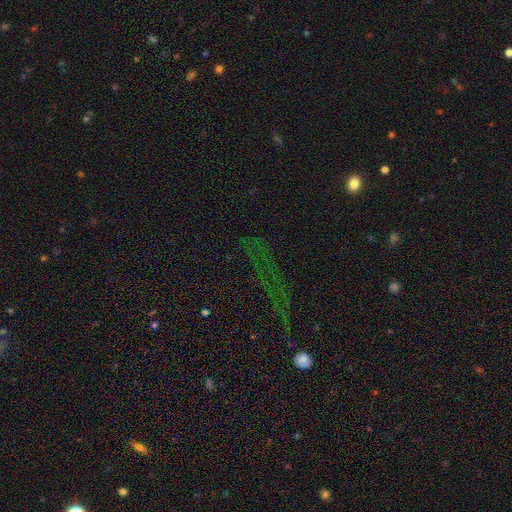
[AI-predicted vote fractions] A star or artifact, not a galaxy (70%).